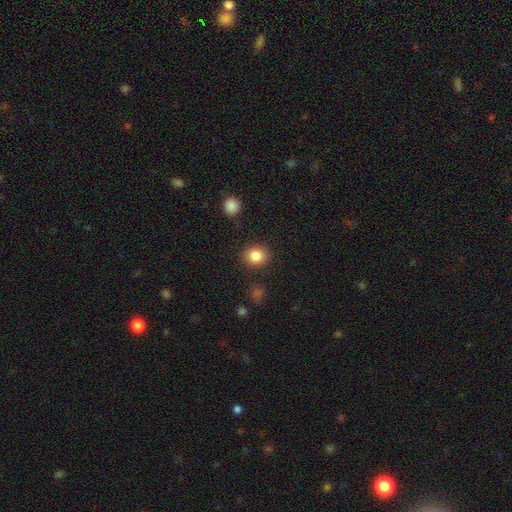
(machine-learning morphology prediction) type=smooth (85%); roundness=round (71%); merging=none (88%).